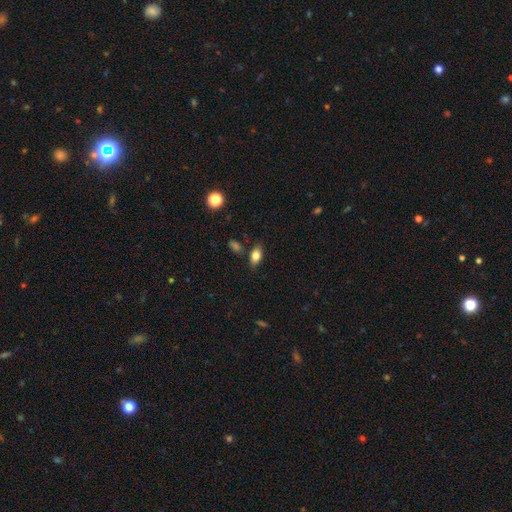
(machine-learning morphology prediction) smooth-or-featured: smooth: 78% | featured or disk: 13% | star or artifact: 9%
  how-rounded: in between: 85% | round: 9% | cigar-shaped: 6%
  merging: none: 79% | minor disturbance: 13% | merger: 4% | major disturbance: 3%